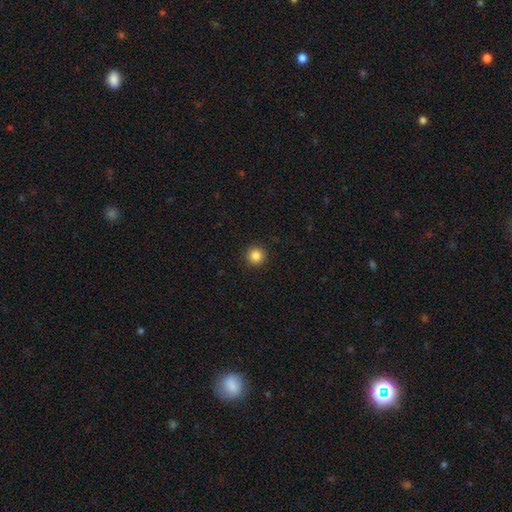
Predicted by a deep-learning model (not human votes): smooth_or_featured: smooth (p=0.85) [alt: star or artifact p=0.11]
how_rounded: round (p=0.96) [alt: in between p=0.03]
merging: none (p=0.92) [alt: minor disturbance p=0.05]